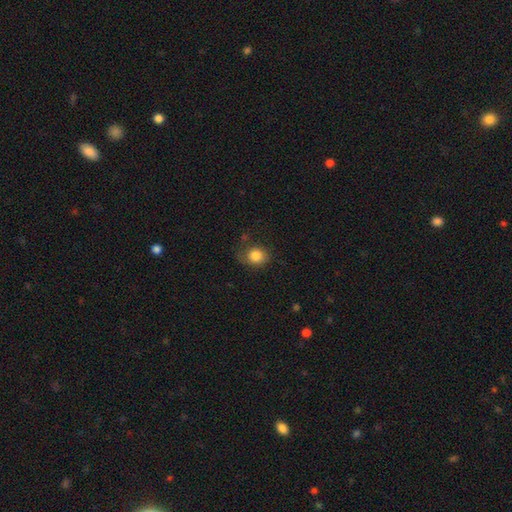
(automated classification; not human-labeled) Morphology: type=smooth (82%); roundness=round (65%); merging=none (58%).